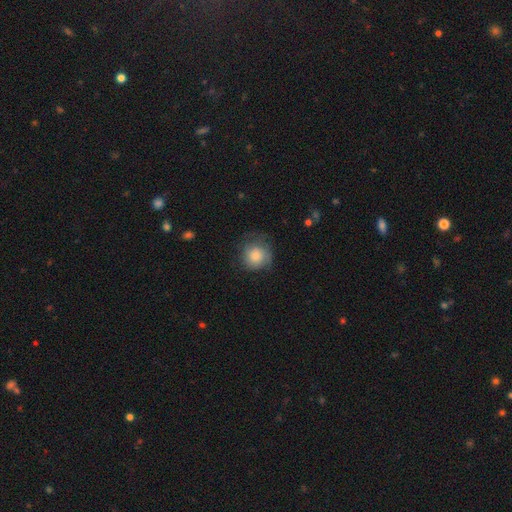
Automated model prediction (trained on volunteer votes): smooth 79%, featured or disk 14%, star or artifact 7%. Down the decision tree: how rounded — round (90%); merging — none (64%).